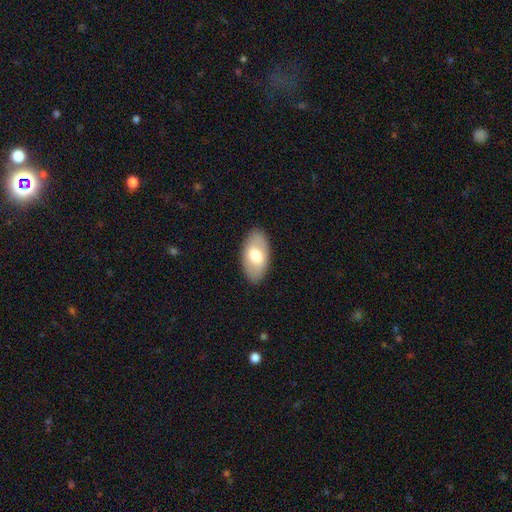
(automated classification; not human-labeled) smooth_or_featured: smooth (p=0.64) [alt: featured or disk p=0.31]
how_rounded: in between (p=0.94) [alt: round p=0.03]
merging: none (p=0.87) [alt: minor disturbance p=0.09]